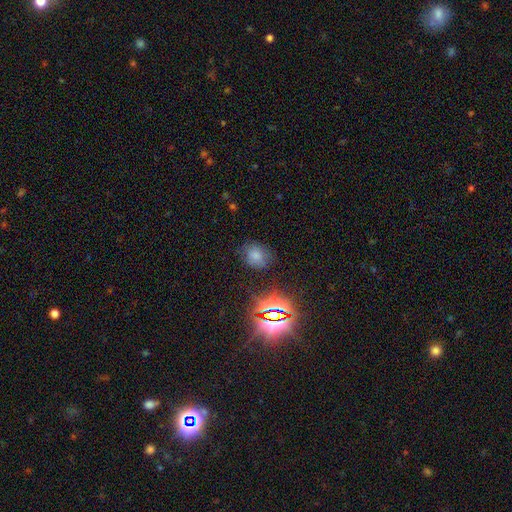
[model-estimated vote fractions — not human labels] A smooth galaxy with no disk features (68%) that is round (49%, tied with in between).

Vote fractions:
- Smooth or featured? smooth: 68% / star or artifact: 23% / featured or disk: 9%
- How rounded? round: 49% (tied) / in between: 49% (tied) / cigar-shaped: 1%
- Merging? none: 72% / minor disturbance: 19% / major disturbance: 6% / merger: 2%